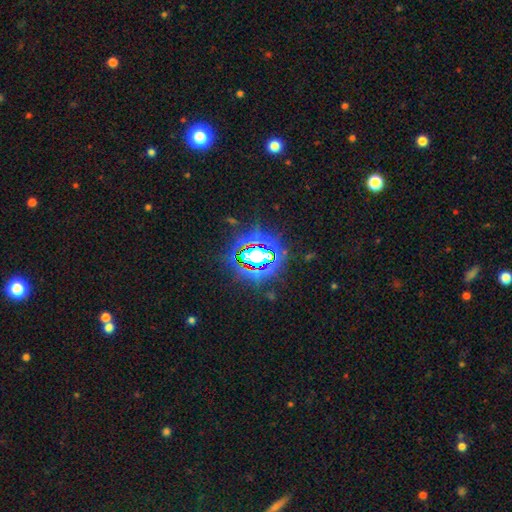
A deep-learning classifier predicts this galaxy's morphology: Q: Smooth or featured?
A: star or artifact (83%); runner-up: smooth (9%)